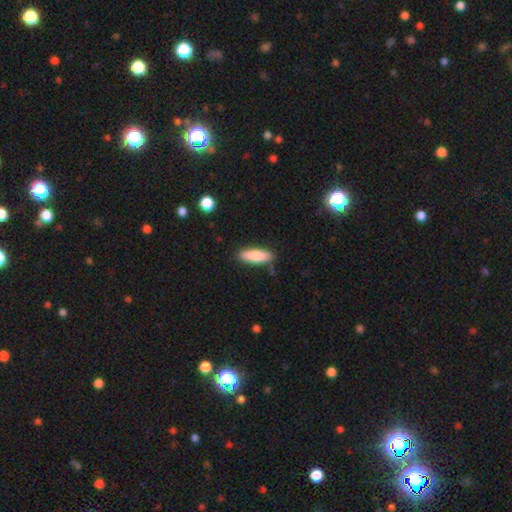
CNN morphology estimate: smooth 84%, featured or disk 10%, star or artifact 6%. Down the decision tree: how rounded — in between (50%); merging — none (84%).